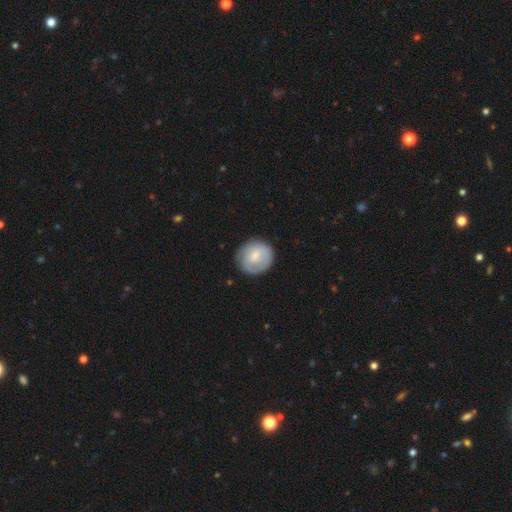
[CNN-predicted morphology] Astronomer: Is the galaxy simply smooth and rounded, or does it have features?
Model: smooth — 59% (runner-up: featured or disk, 35%).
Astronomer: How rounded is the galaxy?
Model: round — 88%.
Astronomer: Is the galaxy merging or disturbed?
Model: none — 80%.